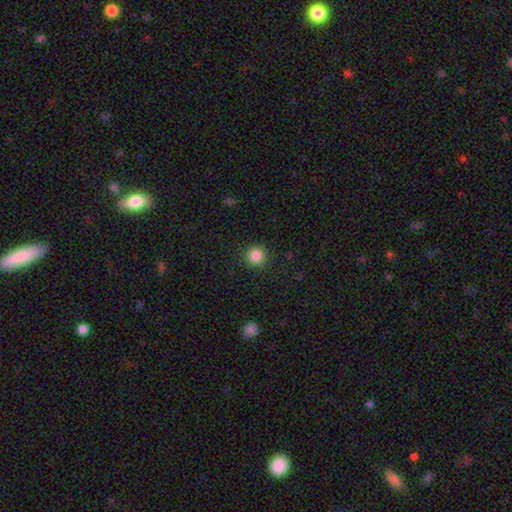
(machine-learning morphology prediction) type=smooth (85%); roundness=round (95%); merging=none (92%).